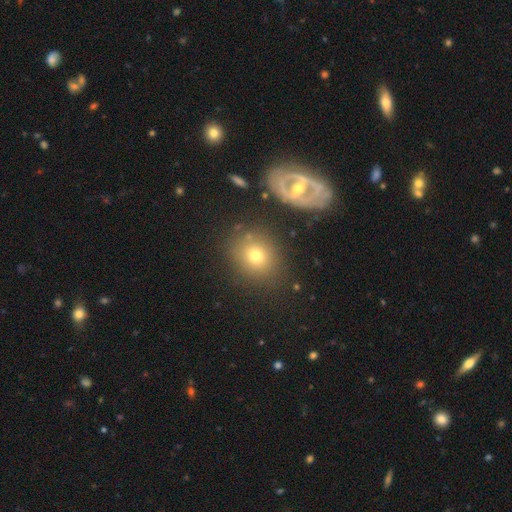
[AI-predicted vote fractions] A smooth galaxy with no disk features (58%) that is round (65%).

Vote fractions:
- Smooth or featured? smooth: 58% / featured or disk: 29% / star or artifact: 13%
- How rounded? round: 65% / in between: 34% / cigar-shaped: 1%
- Merging? none: 75% / minor disturbance: 14% / merger: 6% / major disturbance: 5%